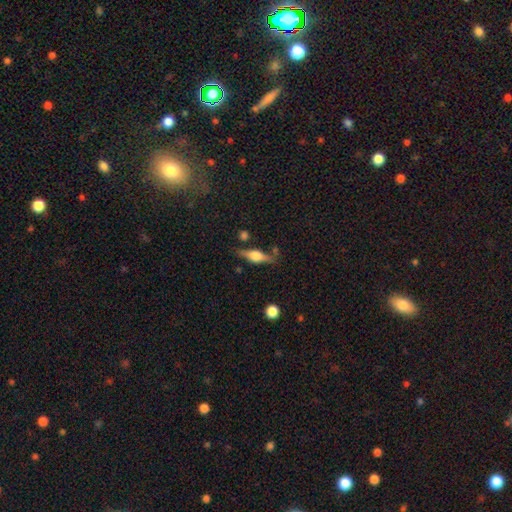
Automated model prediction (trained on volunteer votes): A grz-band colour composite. It shows a featured or disk galaxy (63%) viewed edge-on (94%) with a rounded central bulge (90%). Merging: none (76%).